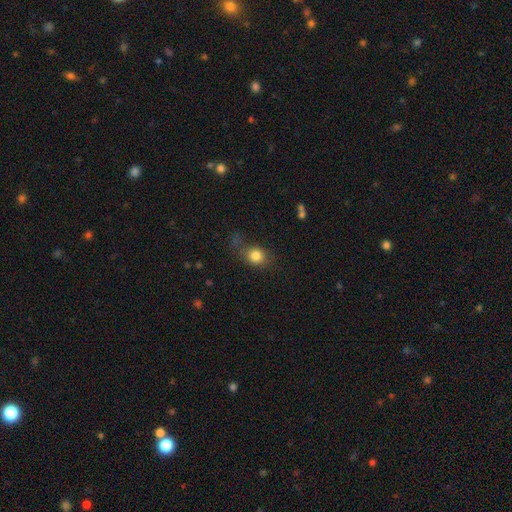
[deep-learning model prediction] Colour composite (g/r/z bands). It shows a smooth galaxy with no disk features (81%) that is round (64%). Merging: none (58%).